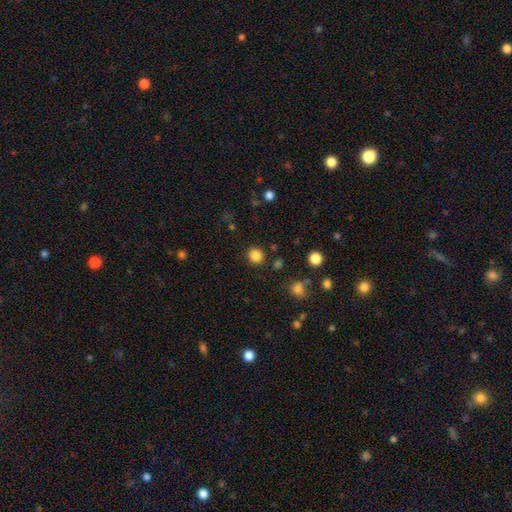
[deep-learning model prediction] Smooth or featured? Predicted: smooth (p=0.84). How rounded? Predicted: round (p=0.88). Merging? Predicted: none (p=0.88).